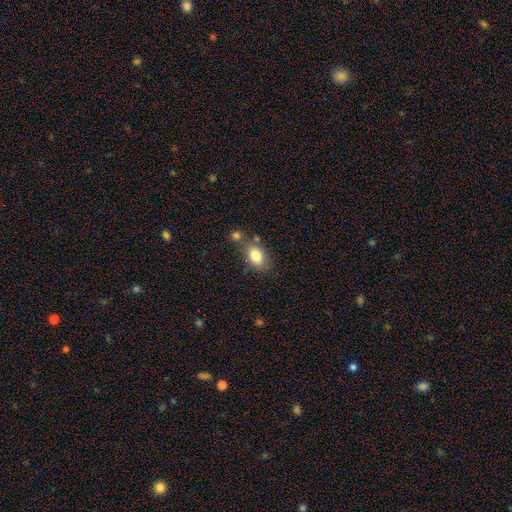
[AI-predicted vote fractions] Morphology: type=smooth (82%); roundness=in between (80%); merging=none (67%).